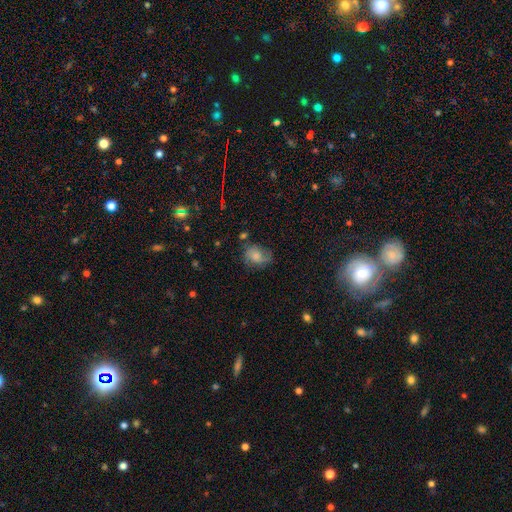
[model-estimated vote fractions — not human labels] Smooth or featured: smooth — 54% (featured or disk — 35%)
How rounded: in between — 54% (round — 44%)
Merging: none — 58% (minor disturbance — 27%)